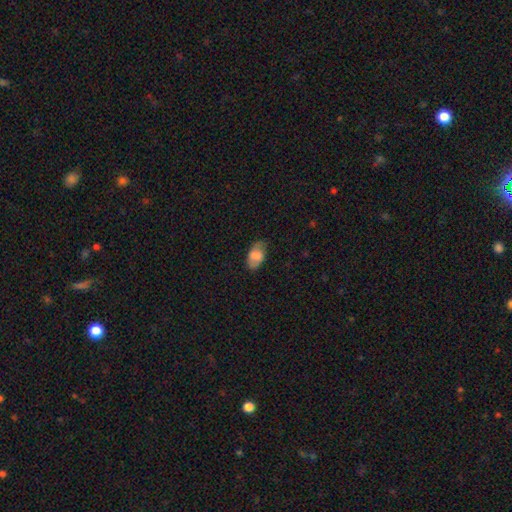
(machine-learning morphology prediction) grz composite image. It shows a smooth galaxy with no disk features (73%) that is in between round and cigar-shaped (92%). Merging: none (70%).